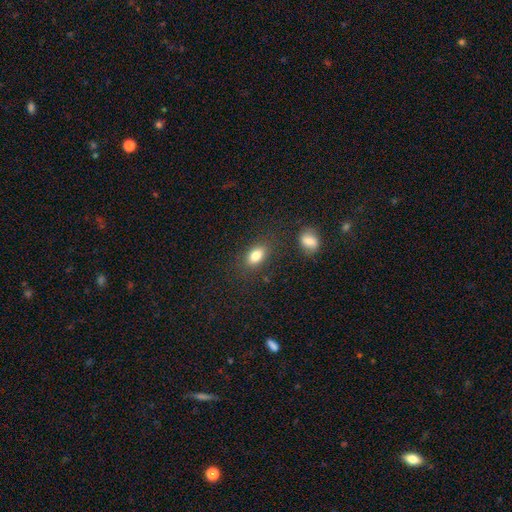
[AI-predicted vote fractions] Morphology: type=smooth (82%); roundness=in between (86%); merging=none (80%).